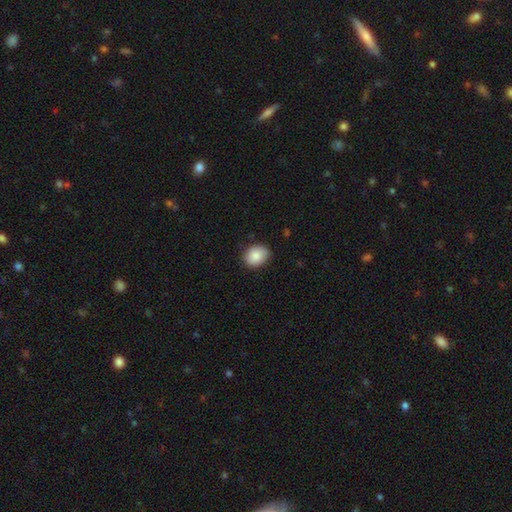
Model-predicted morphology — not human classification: type=smooth (87%); roundness=in between (52%); merging=none (84%).